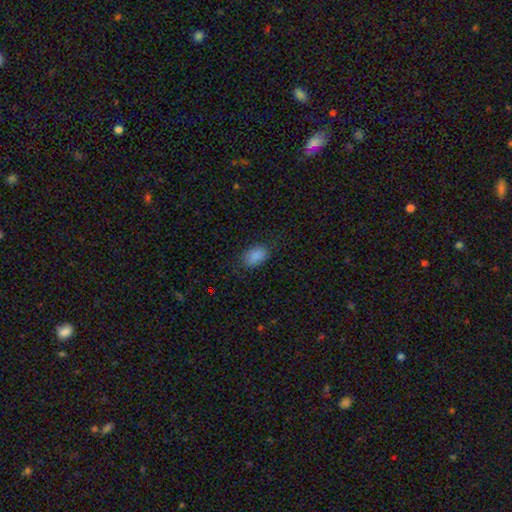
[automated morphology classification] Overall: smooth (87%). How rounded: in between (89%). Merging: none (79%).